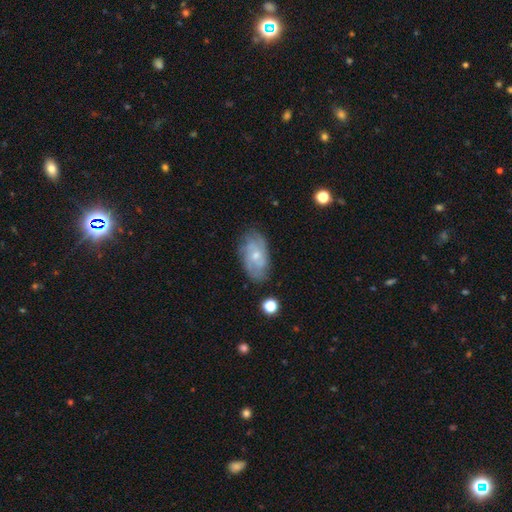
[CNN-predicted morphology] smooth-or-featured: featured or disk: 65% | smooth: 27% | star or artifact: 8%
  disk-edge-on: no: 95% | yes: 5%
    bar: no: 71% | weak: 26% | strong: 3%
    has-spiral-arms: yes: 85% | no: 15%
      spiral-winding: tight: 46% | medium: 39% | loose: 16%
      spiral-arm-count: can't tell: 45% | 2: 21% | 3: 16% | 4: 10% | more than 4: 4% | 1: 4%
    bulge-size: small: 58% | moderate: 36% | none: 3% | large: 2% | dominant: 1%
  merging: none: 73% | minor disturbance: 19% | major disturbance: 6% | merger: 2%